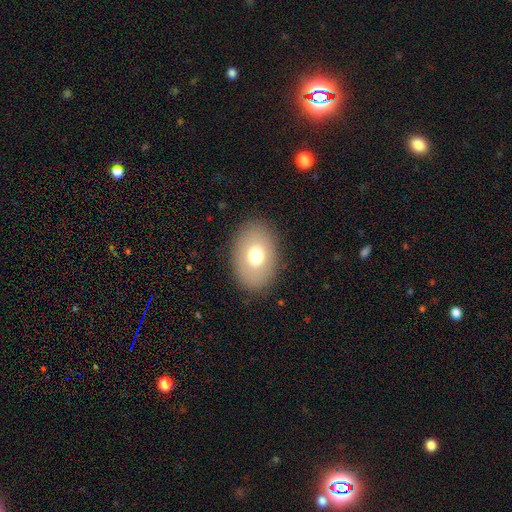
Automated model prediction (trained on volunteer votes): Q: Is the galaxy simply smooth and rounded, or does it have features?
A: smooth — 72%.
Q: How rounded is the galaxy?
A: in between — 79%.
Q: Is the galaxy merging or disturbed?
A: none — 87%.